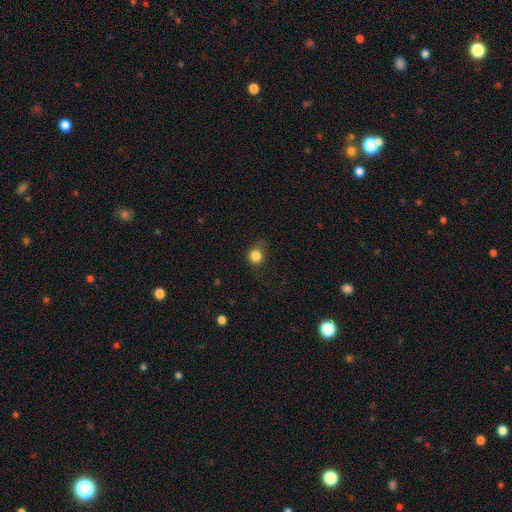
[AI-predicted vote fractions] The model was most divided on "merging": none: 69%, minor disturbance: 22%, major disturbance: 8%, merger: 1%. More confident: smooth or featured — smooth (84%); how rounded — round (81%).